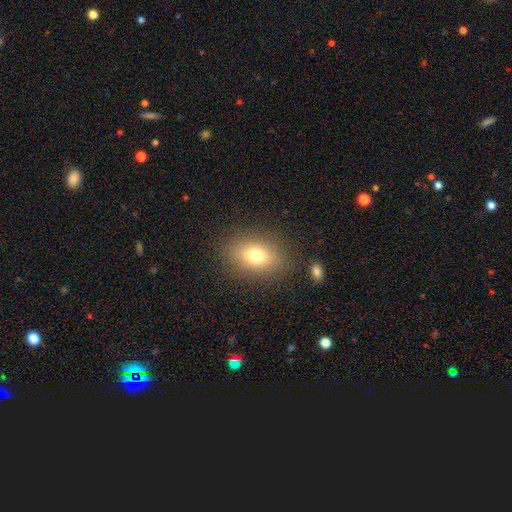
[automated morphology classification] Smooth or featured?
  - smooth: 75% *
  - featured or disk: 14%
  - star or artifact: 11%
How rounded?
  - in between: 75% *
  - round: 23%
  - cigar-shaped: 2%
Merging?
  - none: 85% *
  - minor disturbance: 10%
  - major disturbance: 4%
  - merger: 2%